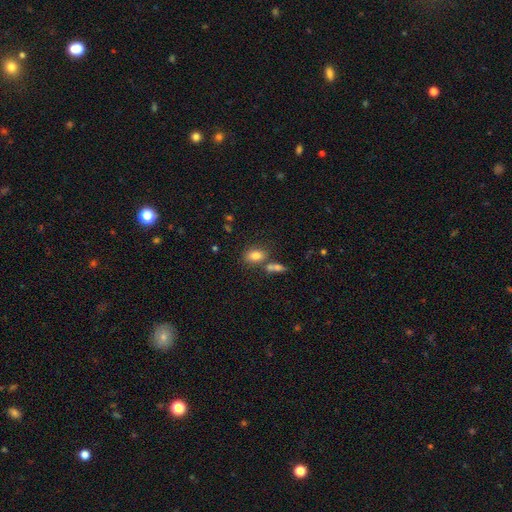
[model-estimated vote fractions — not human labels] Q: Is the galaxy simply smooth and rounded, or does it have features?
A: smooth — 80%.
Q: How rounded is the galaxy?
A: in between — 82%.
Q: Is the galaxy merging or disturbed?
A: none — 62%.